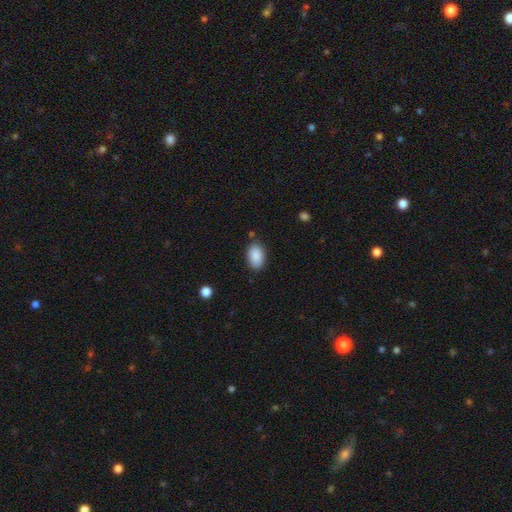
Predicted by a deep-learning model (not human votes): Smooth or featured? Predicted: smooth (p=0.90). How rounded? Predicted: in between (p=0.92). Merging? Predicted: none (p=0.83).